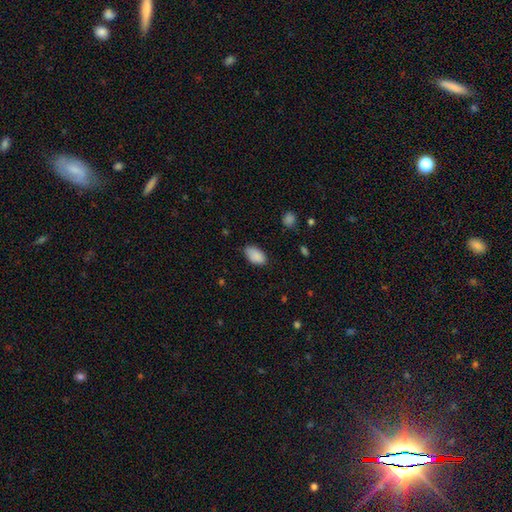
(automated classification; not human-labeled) Morphology: type=smooth (89%); roundness=in between (94%); merging=none (74%).